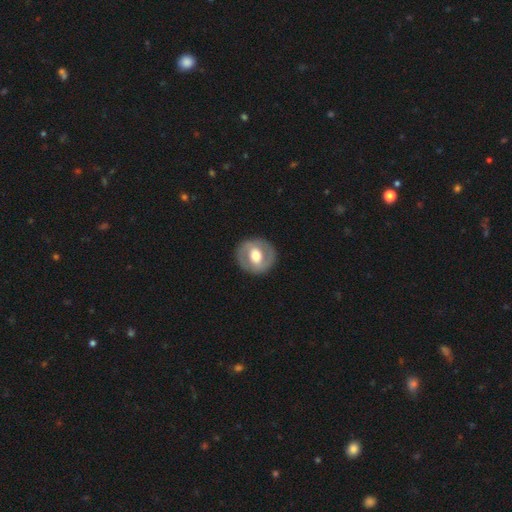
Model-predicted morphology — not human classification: A featured or disk galaxy (59%) with no bar (42%), no spiral arms (59%) and a moderate central bulge (63%). Merging: none (87%).